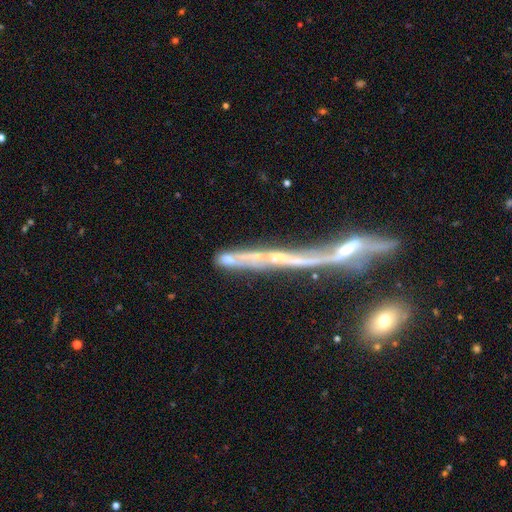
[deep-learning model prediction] featured or disk 73%, smooth 15%, star or artifact 12%. Down the decision tree: edge-on disk — yes (61%); merging — merger (36%).